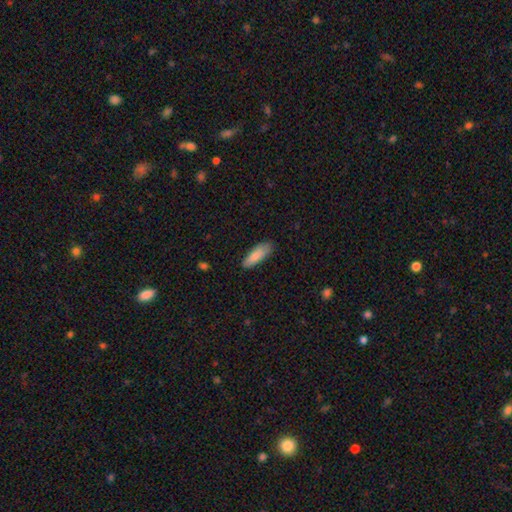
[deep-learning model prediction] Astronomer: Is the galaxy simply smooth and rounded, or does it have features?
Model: smooth — 84%.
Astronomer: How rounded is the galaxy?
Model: in between — 57% (runner-up: cigar-shaped, 42%).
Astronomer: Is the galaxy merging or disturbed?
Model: none — 80%.